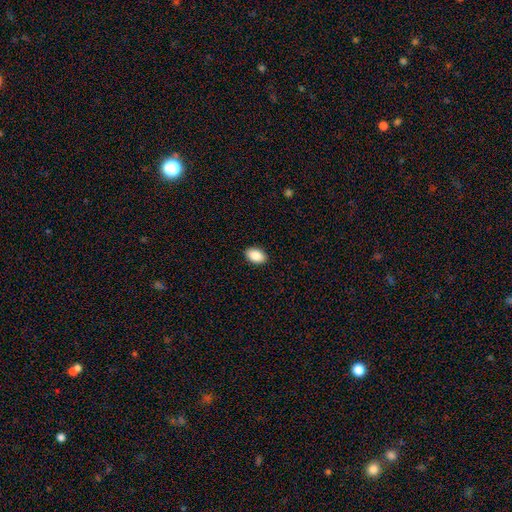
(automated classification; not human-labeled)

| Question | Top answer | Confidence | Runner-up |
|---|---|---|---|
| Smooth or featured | smooth | 89% | star or artifact (7%) |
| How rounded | in between | 89% | round (9%) |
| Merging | none | 90% | minor disturbance (7%) |